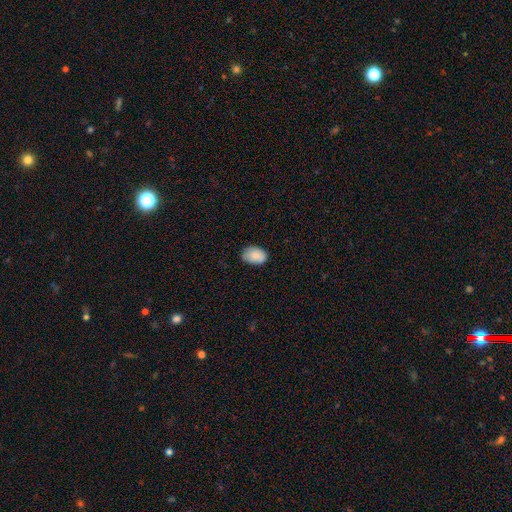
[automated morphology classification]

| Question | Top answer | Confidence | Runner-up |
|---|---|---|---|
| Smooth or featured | smooth | 86% | star or artifact (7%) |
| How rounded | in between | 82% | round (17%) |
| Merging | none | 71% | minor disturbance (24%) |